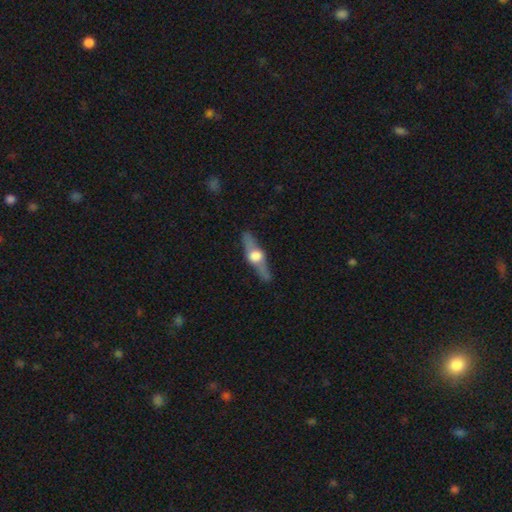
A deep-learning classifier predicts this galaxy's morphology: Smooth or featured? Predicted: featured or disk (p=0.76). Edge-on disk? Predicted: yes (p=0.95). Edge-on bulge? Predicted: rounded (p=0.96). Merging? Predicted: none (p=0.85).